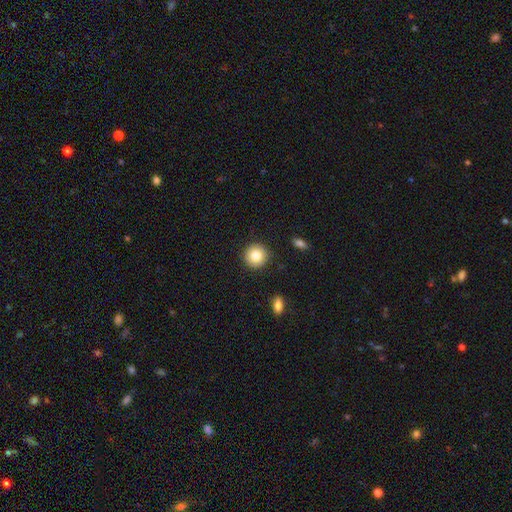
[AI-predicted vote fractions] The model was most divided on "smooth or featured": smooth: 83%, star or artifact: 9%, featured or disk: 8%. More confident: how rounded — round (94%); merging — none (90%).